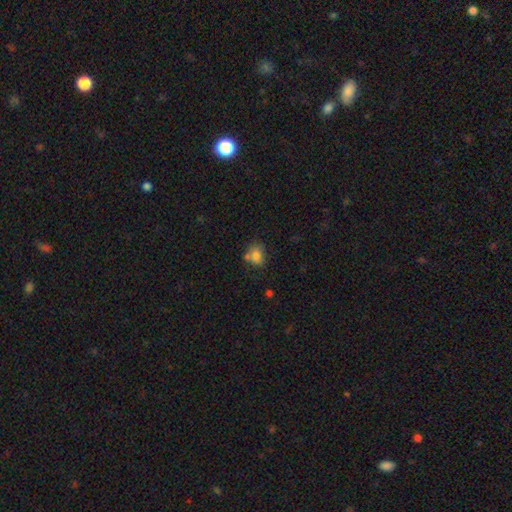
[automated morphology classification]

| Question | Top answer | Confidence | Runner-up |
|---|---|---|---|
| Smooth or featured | smooth | 79% | star or artifact (11%) |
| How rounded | in between | 56% | round (43%) |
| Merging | none | 53% | merger (22%) |